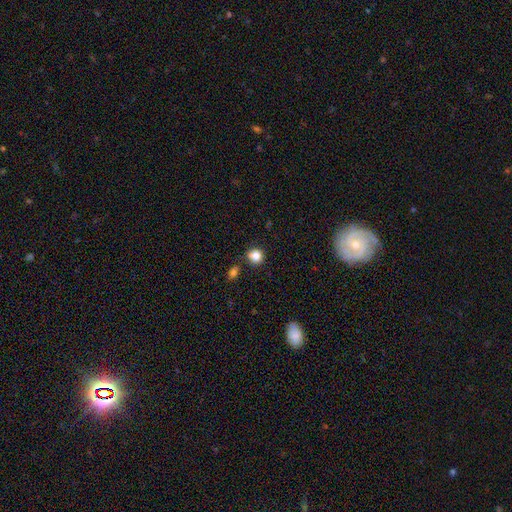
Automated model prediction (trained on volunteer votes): Overall: smooth (82%). How rounded: round (85%). Merging: none (72%).